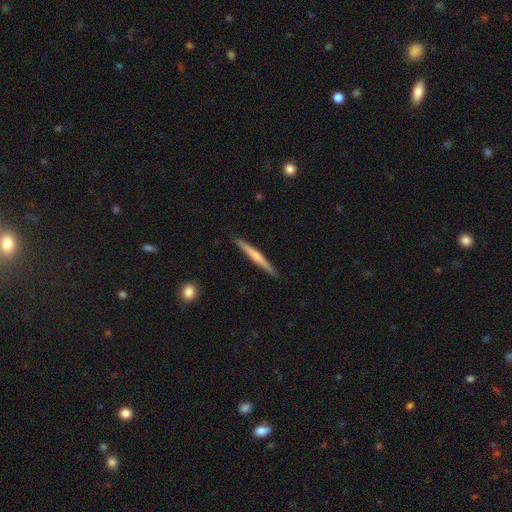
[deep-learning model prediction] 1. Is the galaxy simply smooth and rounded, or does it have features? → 49% featured or disk, 45% smooth, 5% star or artifact.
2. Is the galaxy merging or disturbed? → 91% none, 7% minor disturbance, 1% major disturbance, 1% merger.